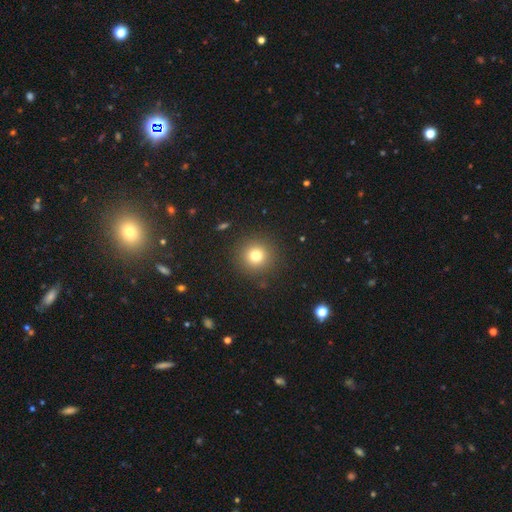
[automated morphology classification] Smooth or featured? smooth (77%)
How rounded? round (94%)
Merging? none (90%)